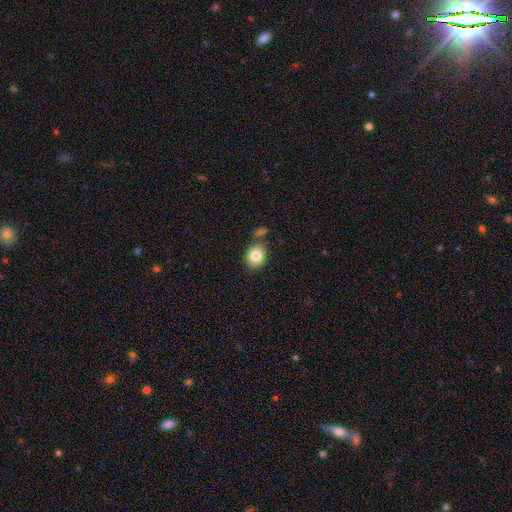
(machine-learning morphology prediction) smooth-or-featured: smooth: 82% | star or artifact: 9% | featured or disk: 9%
  how-rounded: round: 58% | in between: 41% | cigar-shaped: 1%
  merging: none: 71% | minor disturbance: 14% | merger: 11% | major disturbance: 4%